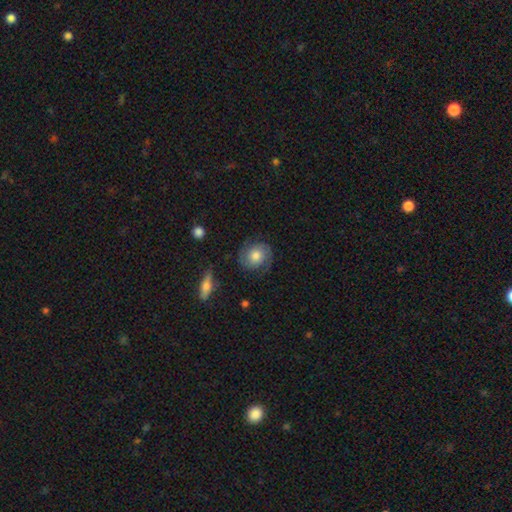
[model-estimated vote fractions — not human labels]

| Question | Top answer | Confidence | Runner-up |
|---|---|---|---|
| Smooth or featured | featured or disk | 58% | smooth (34%) |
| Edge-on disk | no | 96% | yes (4%) |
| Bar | no | 78% | weak (18%) |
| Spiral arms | yes | 90% | no (10%) |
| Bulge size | moderate | 60% | large (19%) |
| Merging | none | 76% | minor disturbance (16%) |